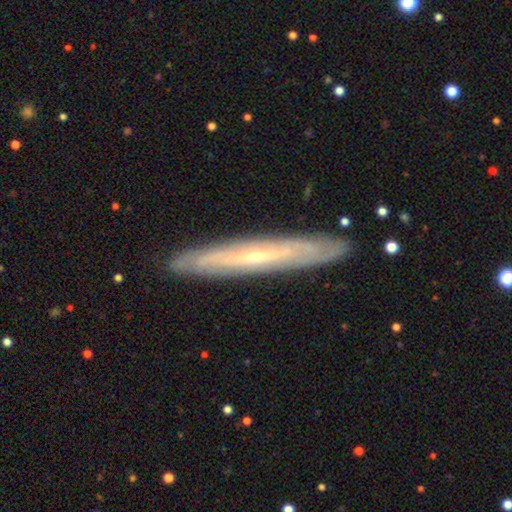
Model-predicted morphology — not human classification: This appears to be a featured or disk galaxy (74%) viewed edge-on (75%) with a rounded central bulge (50%). Merging: none (88%).